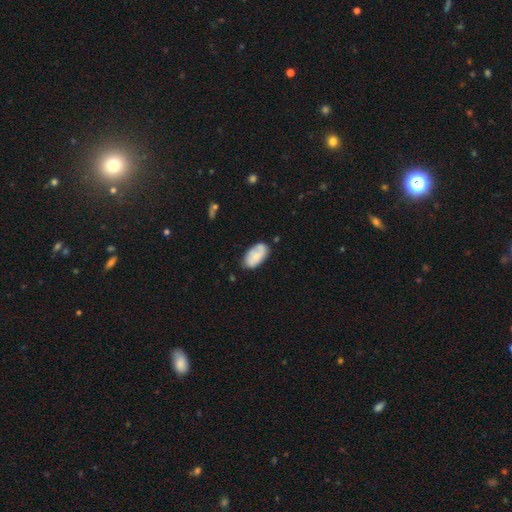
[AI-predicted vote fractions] smooth 64%, featured or disk 29%, star or artifact 6%. Down the decision tree: how rounded — in between (94%); merging — none (72%).